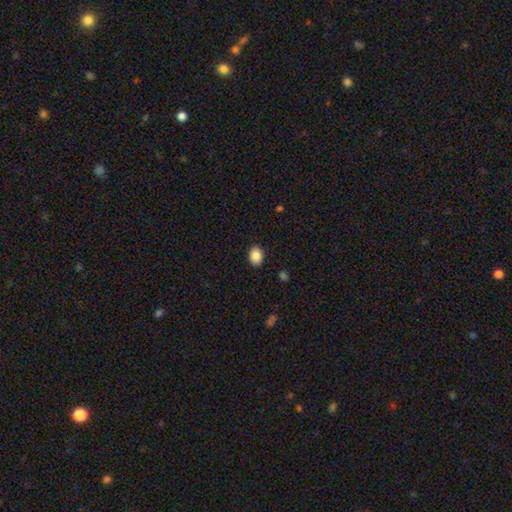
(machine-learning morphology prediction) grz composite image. It shows a smooth galaxy with no disk features (88%) that is in between round and cigar-shaped (58%). Merging: none (89%).